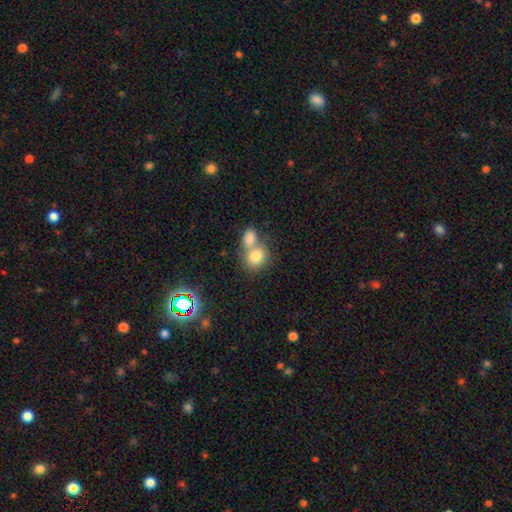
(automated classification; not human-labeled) smooth-or-featured: smooth: 78% | featured or disk: 12% | star or artifact: 10%
  how-rounded: round: 57% | in between: 42% | cigar-shaped: 1%
  merging: merger: 59% | none: 31% | minor disturbance: 7% | major disturbance: 3%